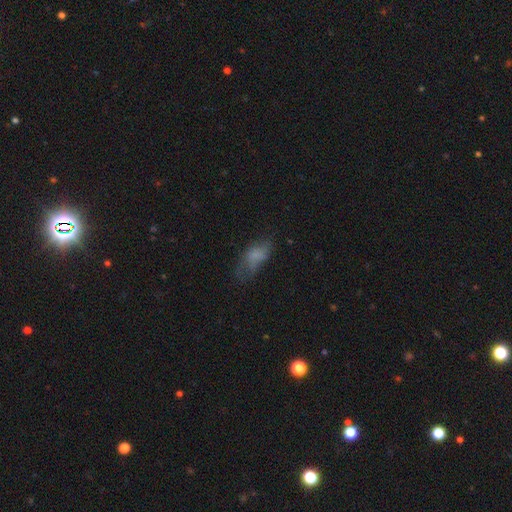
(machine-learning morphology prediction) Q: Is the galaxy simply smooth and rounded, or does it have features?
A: smooth — 65%.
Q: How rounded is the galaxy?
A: in between — 84%.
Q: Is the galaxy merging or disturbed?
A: none — 40%.